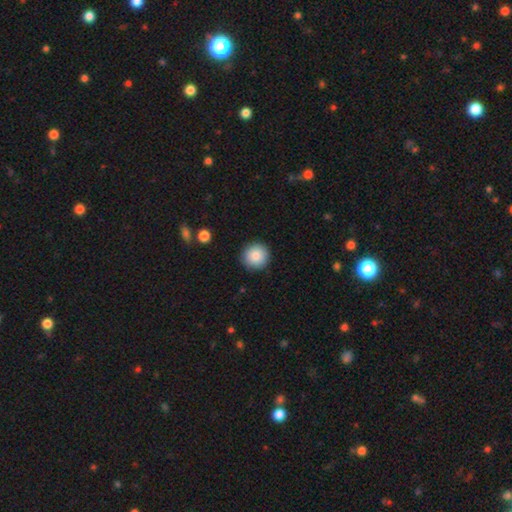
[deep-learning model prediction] Smooth or featured: smooth — 86% (star or artifact — 8%)
How rounded: round — 94% (in between — 5%)
Merging: none — 91% (minor disturbance — 6%)